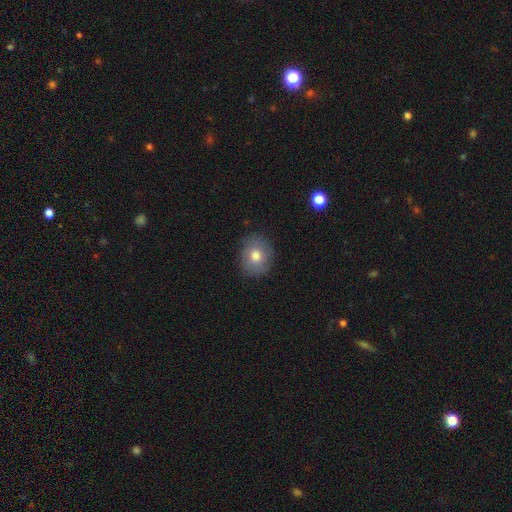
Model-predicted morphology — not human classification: Overall: smooth (74%). How rounded: round (68%; in between 31%). Merging: none (85%).